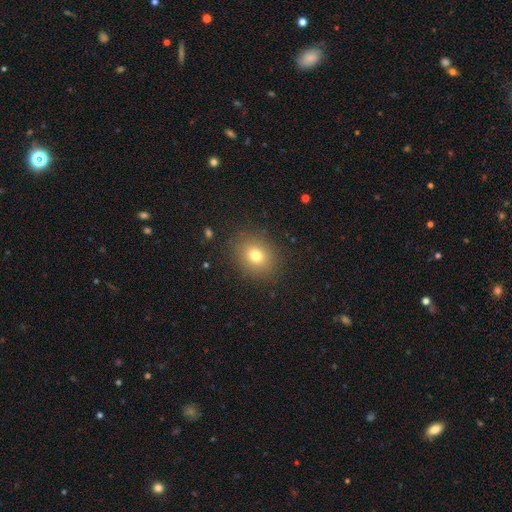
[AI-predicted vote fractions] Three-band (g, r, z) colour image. It shows a smooth galaxy with no disk features (74%) that is round (60%). Merging: none (87%).